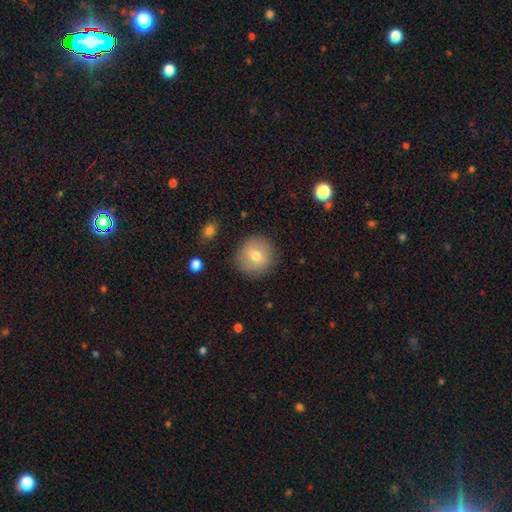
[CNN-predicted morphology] smooth-or-featured: smooth: 71% | featured or disk: 19% | star or artifact: 9%
  how-rounded: round: 92% | in between: 7% | cigar-shaped: 1%
  merging: none: 88% | minor disturbance: 8% | major disturbance: 3% | merger: 1%